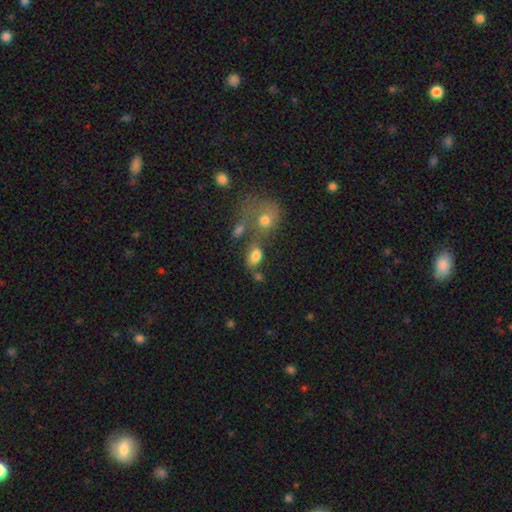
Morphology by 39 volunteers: A smooth galaxy with no disk features (87%) that is in between round and cigar-shaped (94%).

Vote fractions:
- Smooth or featured? smooth: 87% / star or artifact: 8% / featured or disk: 5%
- How rounded? in between: 94% / round: 6% / cigar-shaped: 0%
- Merging? merger: 36% / none: 28% / major disturbance: 19% / minor disturbance: 17%